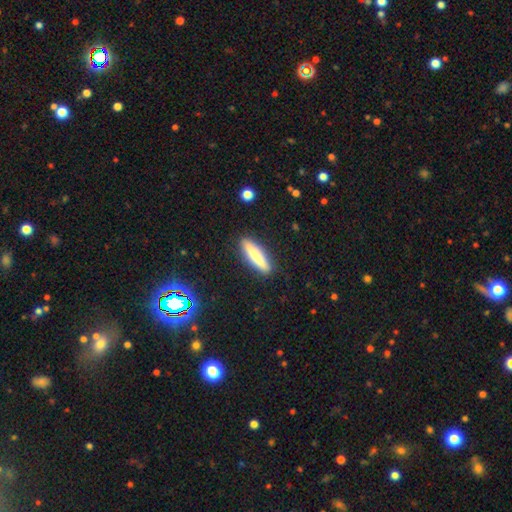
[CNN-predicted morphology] The model was most divided on "smooth or featured": smooth: 78%, featured or disk: 16%, star or artifact: 6%. More confident: merging — none (89%); how rounded — cigar-shaped (81%).